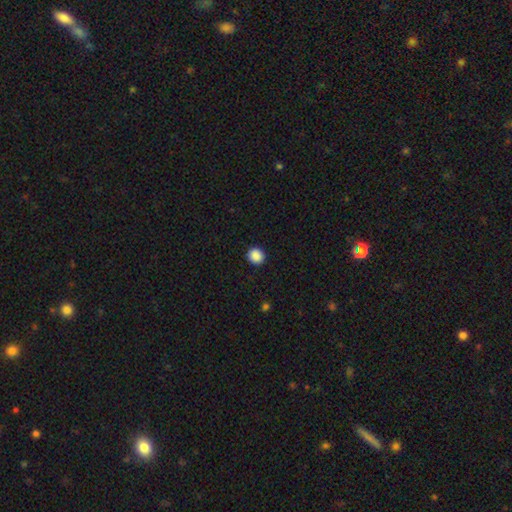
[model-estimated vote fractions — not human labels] smooth_or_featured: smooth (p=0.89) [alt: star or artifact p=0.09]
how_rounded: round (p=0.87) [alt: in between p=0.12]
merging: none (p=0.92) [alt: minor disturbance p=0.05]